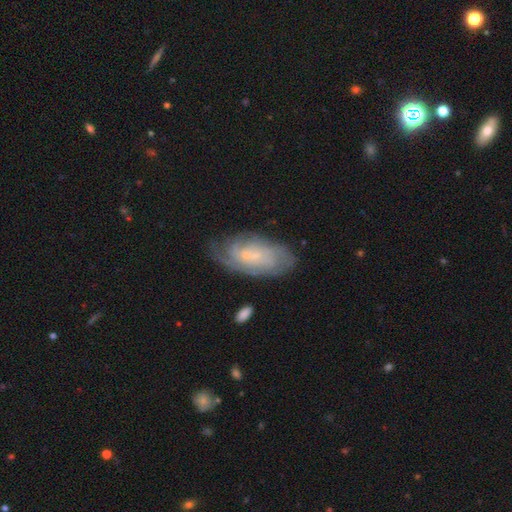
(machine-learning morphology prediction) Smooth or featured: featured or disk — 69% (smooth — 24%)
Edge-on disk: no — 93% (yes — 7%)
Bar: no — 63% (weak — 31%)
Spiral arms: yes — 89% (no — 11%)
Spiral winding: tight — 63% (medium — 28%)
Spiral arm count: can't tell — 51% (2 — 20%)
Bulge size: small — 77% (moderate — 13%)
Merging: none — 71% (minor disturbance — 20%)